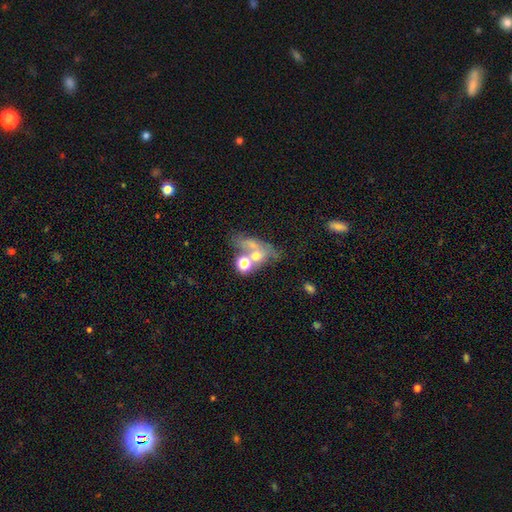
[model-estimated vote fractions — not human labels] Overall: smooth (46%; featured or disk 37%). Merging: merger (47%; none 23%).